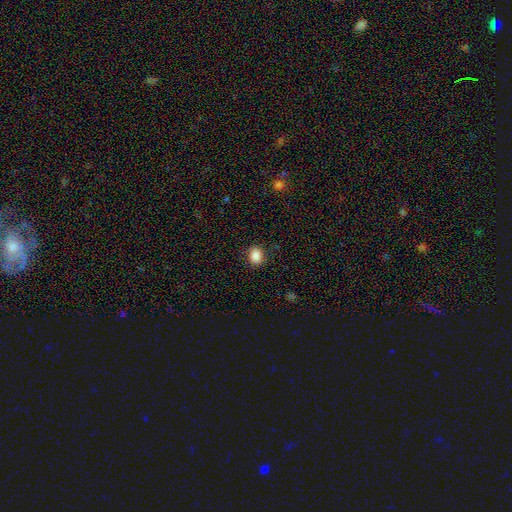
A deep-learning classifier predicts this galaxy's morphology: Smooth or featured?
  - smooth: 87% *
  - star or artifact: 9%
  - featured or disk: 4%
How rounded?
  - round: 53% *
  - in between: 46%
  - cigar-shaped: 1%
Merging?
  - none: 86% *
  - minor disturbance: 10%
  - major disturbance: 3%
  - merger: 1%